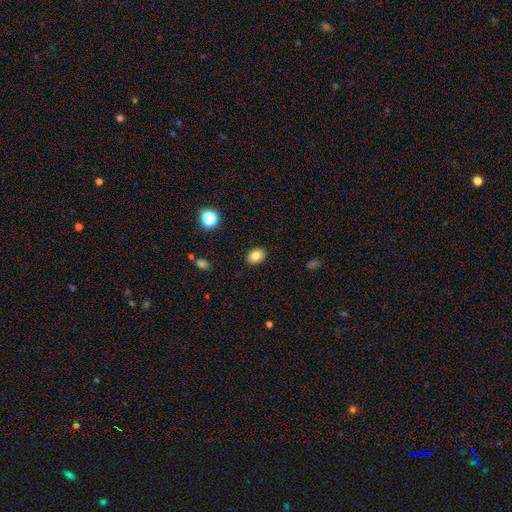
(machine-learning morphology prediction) The model was most divided on "how rounded": in between: 60%, round: 39%, cigar-shaped: 1%. More confident: merging — none (89%); smooth or featured — smooth (82%).